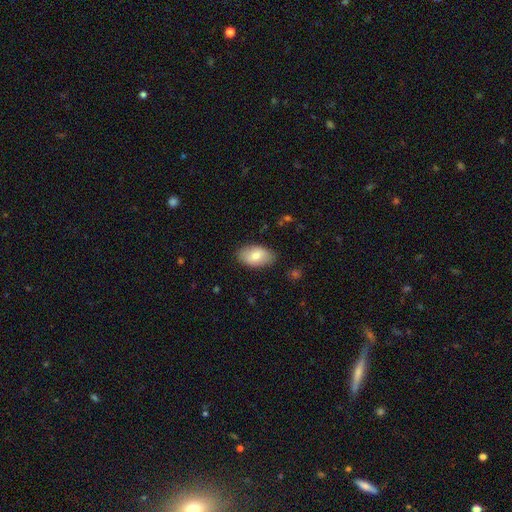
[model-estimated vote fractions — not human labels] This is likely a smooth galaxy (77%). How rounded: clearly in between (94%). Merging: clearly none (83%).